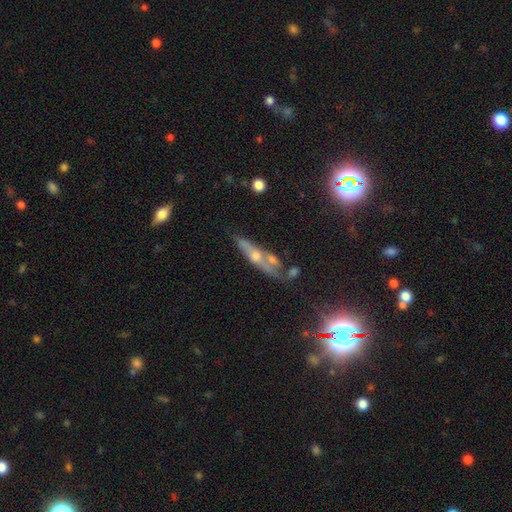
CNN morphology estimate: This is possibly a featured or disk galaxy (54%). It is likely viewed edge-on (64%). Merging: possibly none (48%).